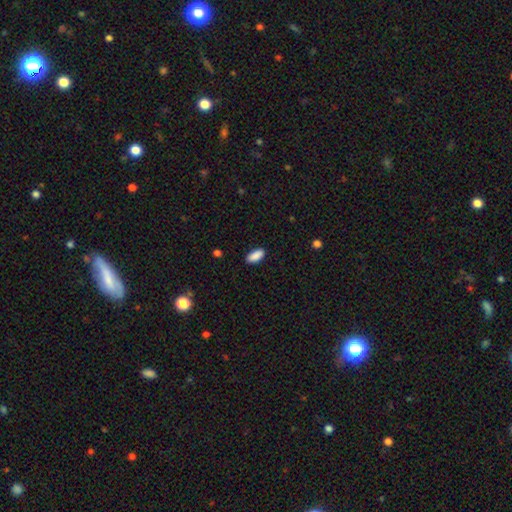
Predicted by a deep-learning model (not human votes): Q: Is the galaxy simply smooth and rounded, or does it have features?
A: smooth — 89%.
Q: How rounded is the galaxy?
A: in between — 87%.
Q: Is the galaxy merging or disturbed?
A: none — 87%.